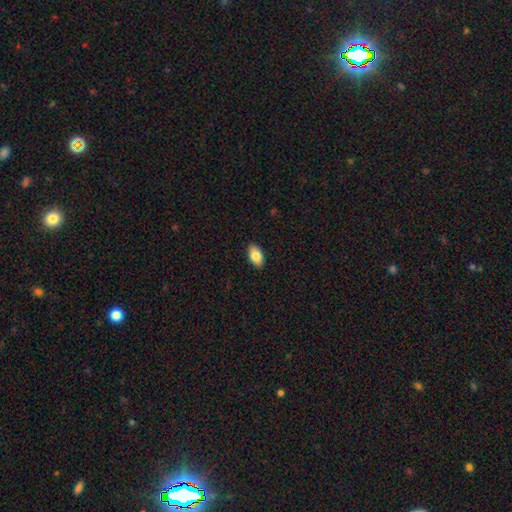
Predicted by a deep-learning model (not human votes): Smooth or featured? Predicted: smooth (p=0.83). How rounded? Predicted: in between (p=0.93). Merging? Predicted: none (p=0.89).